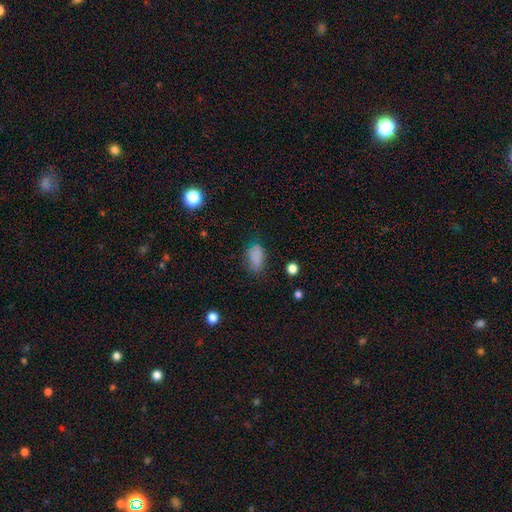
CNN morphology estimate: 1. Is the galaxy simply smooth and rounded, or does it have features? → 81% smooth, 12% star or artifact, 7% featured or disk.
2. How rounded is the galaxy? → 89% in between, 8% round, 3% cigar-shaped.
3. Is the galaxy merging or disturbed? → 66% none, 23% minor disturbance, 9% major disturbance, 2% merger.